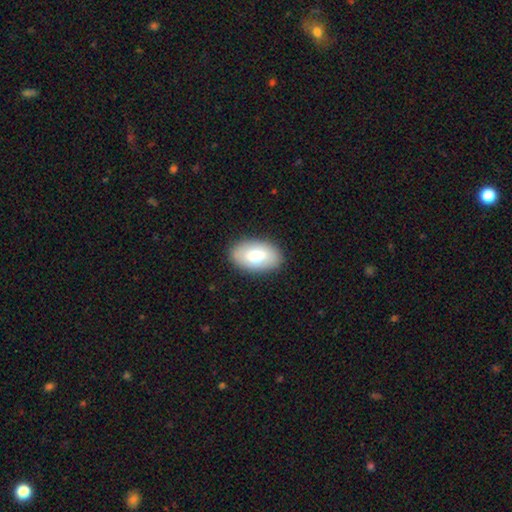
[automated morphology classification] This is likely a smooth galaxy (75%). How rounded: clearly in between (93%). Merging: clearly none (89%).